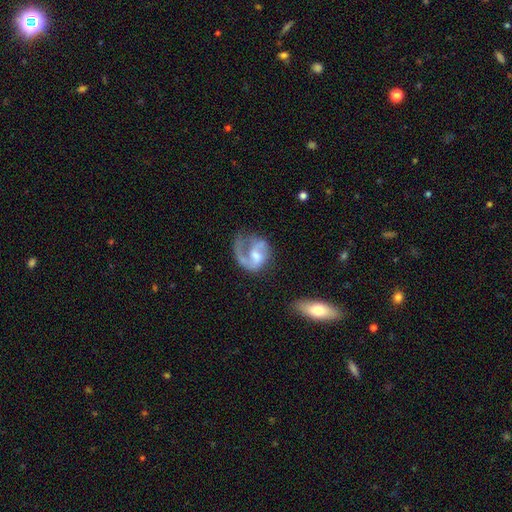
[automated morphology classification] Smooth or featured?
  - featured or disk: 76% *
  - smooth: 18%
  - star or artifact: 6%
Edge-on disk?
  - no: 98% *
  - yes: 2%
Bar?
  - weak: 46% *
  - no: 43%
  - strong: 11%
Spiral arms?
  - yes: 88% *
  - no: 12%
Spiral winding?
  - medium: 45% *
  - loose: 35%
  - tight: 20%
Spiral arm count?
  - 1: 47% *
  - 2: 42%
  - can't tell: 6%
  - 3: 2%
  - 4: 1%
  - more than 4: 1%
Bulge size?
  - moderate: 43% *
  - small: 33%
  - none: 15%
  - large: 7%
  - dominant: 2%
Merging?
  - none: 39% *
  - major disturbance: 37%
  - minor disturbance: 20%
  - merger: 5%